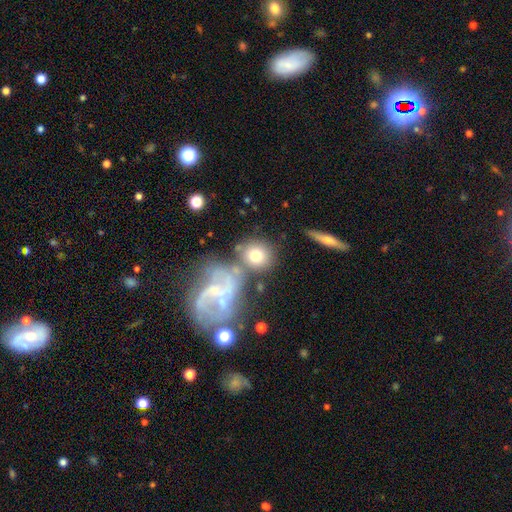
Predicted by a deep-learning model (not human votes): Smooth or featured?
  - smooth: 70% *
  - featured or disk: 21%
  - star or artifact: 9%
How rounded?
  - round: 79% *
  - in between: 19%
  - cigar-shaped: 2%
Merging?
  - none: 55% *
  - merger: 25%
  - minor disturbance: 13%
  - major disturbance: 8%